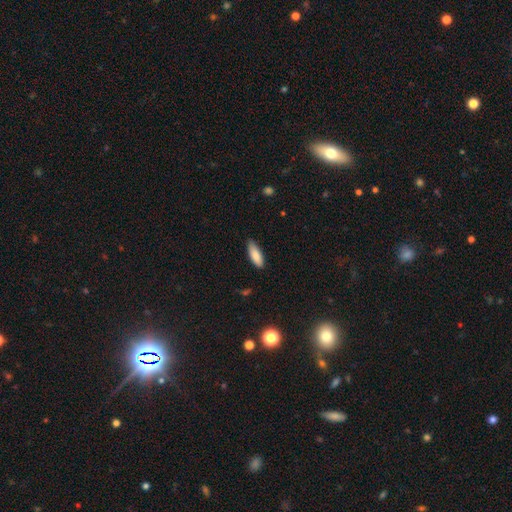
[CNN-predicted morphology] smooth-or-featured: smooth: 86% | featured or disk: 8% | star or artifact: 6%
  how-rounded: in between: 67% | cigar-shaped: 32% | round: 2%
  merging: none: 79% | minor disturbance: 17% | major disturbance: 2% | merger: 1%